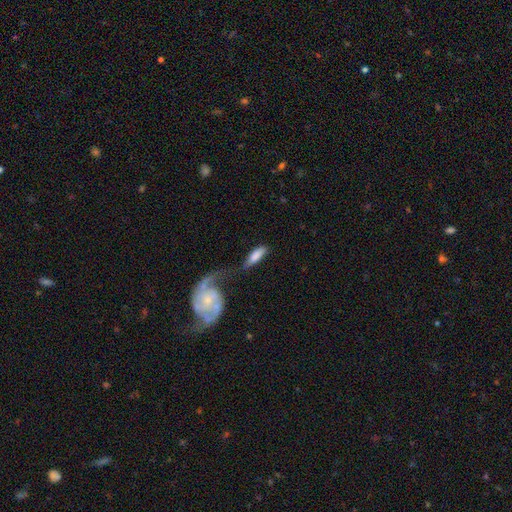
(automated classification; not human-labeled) A smooth galaxy with no disk features (69%) that is in between round and cigar-shaped (62%). Merging: none (40%).